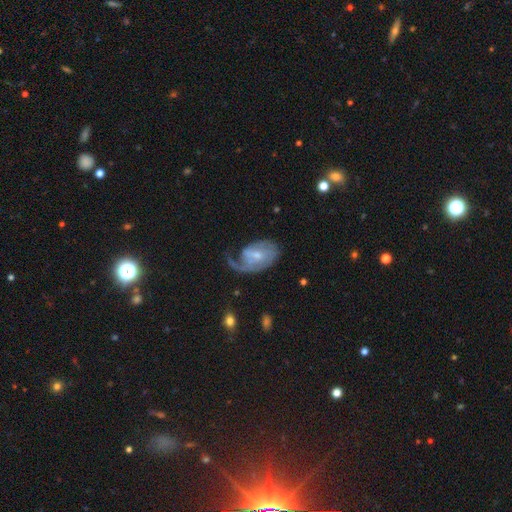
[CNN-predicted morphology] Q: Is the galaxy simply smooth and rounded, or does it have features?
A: featured or disk — 75%.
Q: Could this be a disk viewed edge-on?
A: no — 96%.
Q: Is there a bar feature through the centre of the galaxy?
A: weak — 47%.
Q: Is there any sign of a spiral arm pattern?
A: yes — 87%.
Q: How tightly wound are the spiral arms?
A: medium — 37%.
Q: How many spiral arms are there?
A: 1 — 62%.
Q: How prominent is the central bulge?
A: small — 56%.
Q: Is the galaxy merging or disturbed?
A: major disturbance — 38%.